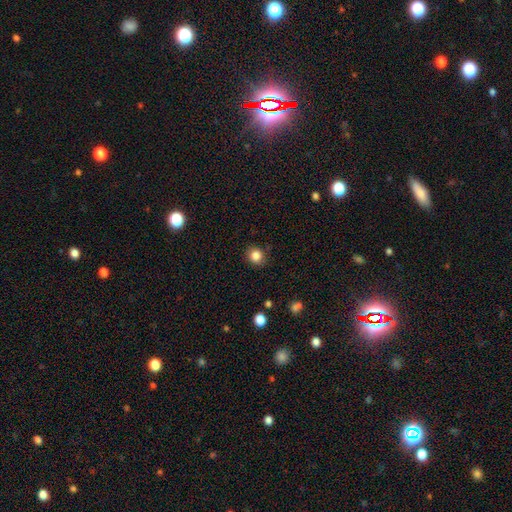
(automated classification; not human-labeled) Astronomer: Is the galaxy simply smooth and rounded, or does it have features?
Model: smooth — 84%.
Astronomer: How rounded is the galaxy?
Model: round — 84%.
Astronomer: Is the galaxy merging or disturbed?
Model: none — 87%.